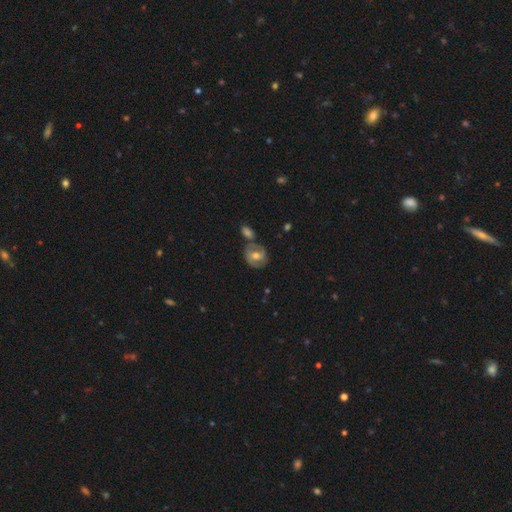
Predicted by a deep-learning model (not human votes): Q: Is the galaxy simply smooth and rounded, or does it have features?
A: featured or disk — 53%.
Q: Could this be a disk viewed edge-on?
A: no — 96%.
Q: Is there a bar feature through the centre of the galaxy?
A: no — 43%.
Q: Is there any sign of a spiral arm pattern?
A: yes — 74%.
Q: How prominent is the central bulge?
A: moderate — 75%.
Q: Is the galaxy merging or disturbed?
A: none — 60%.